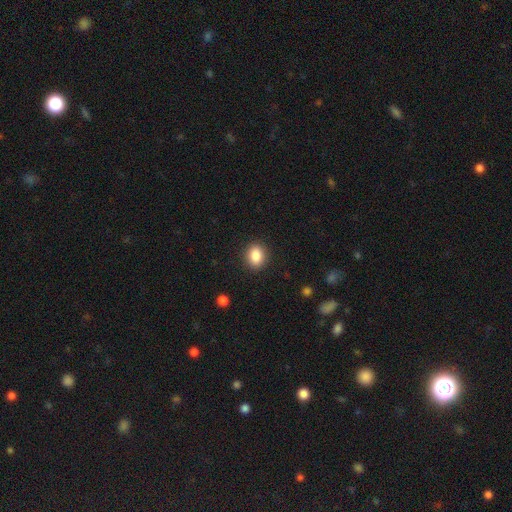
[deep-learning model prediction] This appears to be a smooth galaxy with no disk features (87%) that is round (50%). Merging: none (90%).